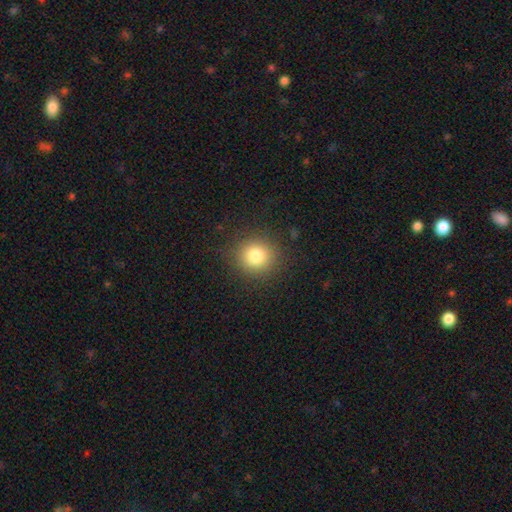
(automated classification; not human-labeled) A smooth galaxy with no disk features (81%) that is round (90%).

Vote fractions:
- Smooth or featured? smooth: 81% / star or artifact: 12% / featured or disk: 7%
- How rounded? round: 90% / in between: 9% / cigar-shaped: 1%
- Merging? none: 89% / minor disturbance: 7% / major disturbance: 3% / merger: 1%